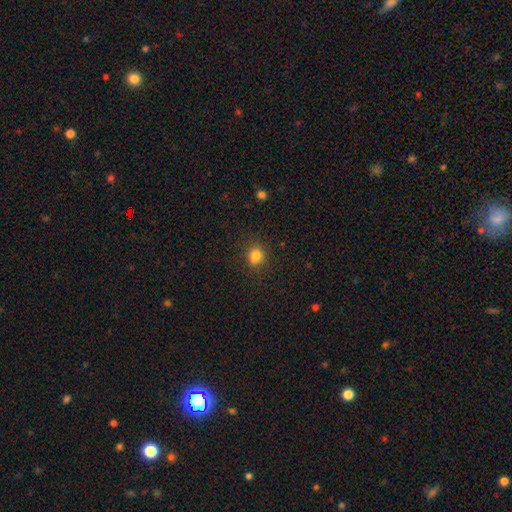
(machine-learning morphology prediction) smooth-or-featured: smooth: 82% | star or artifact: 13% | featured or disk: 5%
  how-rounded: round: 63% | in between: 35% | cigar-shaped: 1%
  merging: none: 82% | minor disturbance: 12% | major disturbance: 4% | merger: 2%